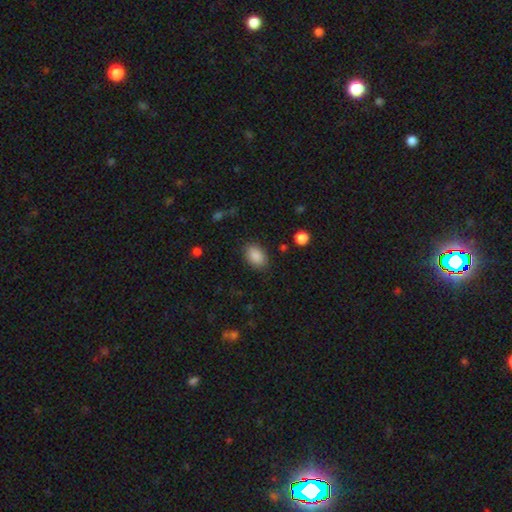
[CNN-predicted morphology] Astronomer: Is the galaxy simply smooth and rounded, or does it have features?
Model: smooth — 89%.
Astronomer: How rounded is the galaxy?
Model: in between — 87%.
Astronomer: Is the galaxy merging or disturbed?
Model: none — 85%.